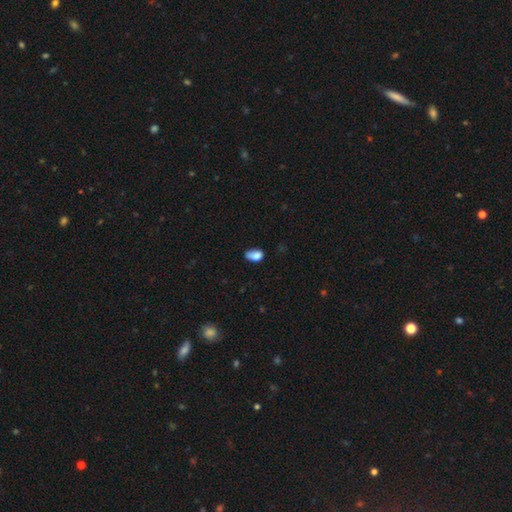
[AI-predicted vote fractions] Smooth or featured? Predicted: smooth (p=0.82). How rounded? Predicted: in between (p=0.89). Merging? Predicted: none (p=0.47).